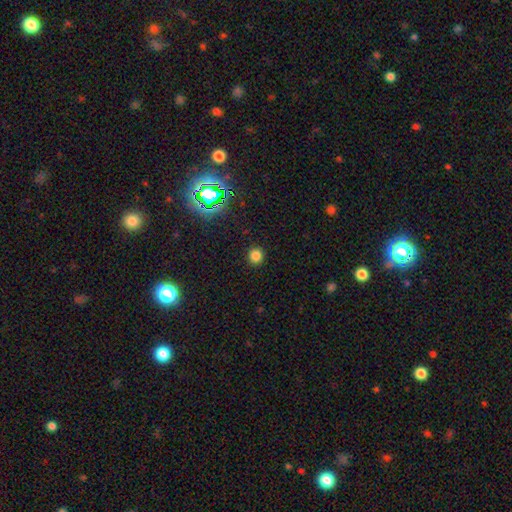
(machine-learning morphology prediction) smooth-or-featured: smooth: 79% | star or artifact: 17% | featured or disk: 4%
  how-rounded: round: 92% | in between: 7% | cigar-shaped: 1%
  merging: none: 91% | minor disturbance: 5% | major disturbance: 2% | merger: 1%